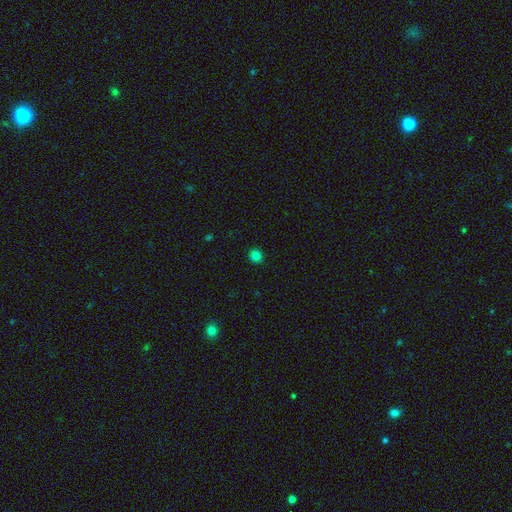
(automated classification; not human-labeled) smooth_or_featured: smooth (p=0.82) [alt: star or artifact p=0.14]
how_rounded: round (p=0.86) [alt: in between p=0.13]
merging: none (p=0.92) [alt: minor disturbance p=0.06]